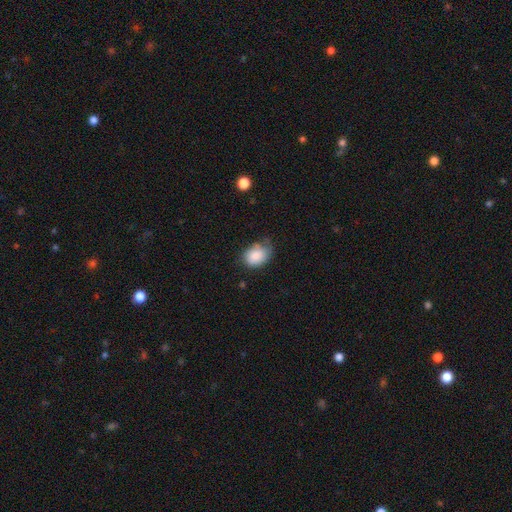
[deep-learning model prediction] Morphology: type=smooth (85%); roundness=in between (70%); merging=none (54%).